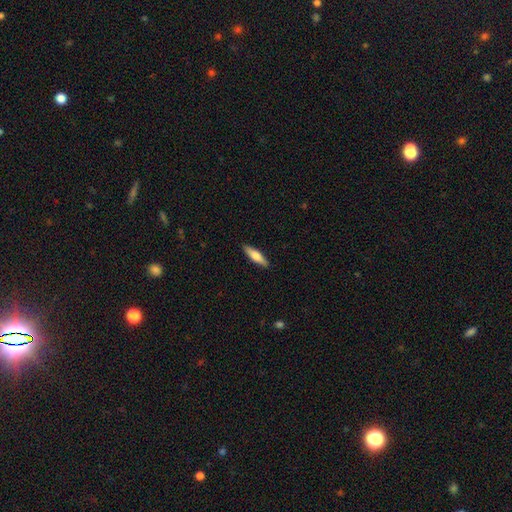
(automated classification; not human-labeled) A smooth galaxy with no disk features (64%) that is cigar-shaped (70%). Merging: none (90%).